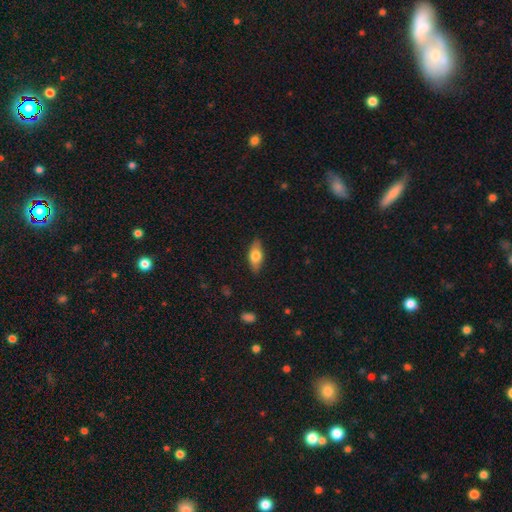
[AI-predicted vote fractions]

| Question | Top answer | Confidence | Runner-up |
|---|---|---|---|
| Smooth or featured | smooth | 68% | featured or disk (26%) |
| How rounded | in between | 81% | cigar-shaped (15%) |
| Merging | none | 84% | minor disturbance (13%) |